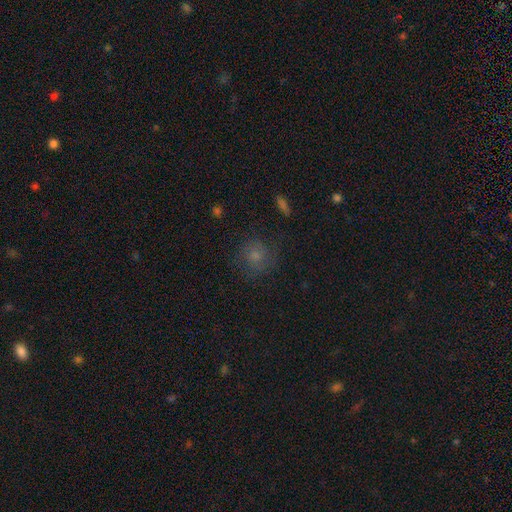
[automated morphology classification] smooth-or-featured: smooth: 68% | star or artifact: 17% | featured or disk: 15%
  how-rounded: round: 87% | in between: 12% | cigar-shaped: 1%
  merging: none: 74% | minor disturbance: 17% | major disturbance: 8% | merger: 2%